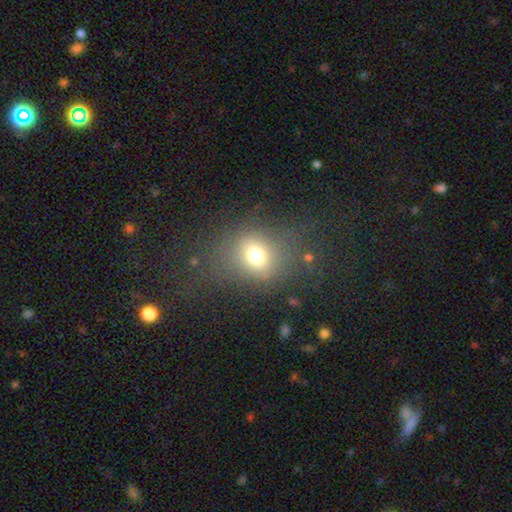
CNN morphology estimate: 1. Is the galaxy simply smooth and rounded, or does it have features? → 70% smooth, 17% star or artifact, 12% featured or disk.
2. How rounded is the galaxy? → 64% round, 34% in between, 1% cigar-shaped.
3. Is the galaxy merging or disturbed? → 73% none, 13% minor disturbance, 10% major disturbance, 3% merger.